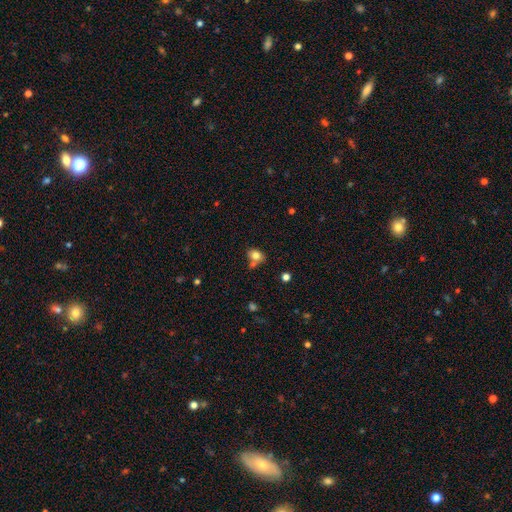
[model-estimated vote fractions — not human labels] smooth_or_featured: smooth (p=0.79) [alt: star or artifact p=0.10]
how_rounded: in between (p=0.63) [alt: round p=0.36]
merging: none (p=0.55) [alt: merger p=0.23]